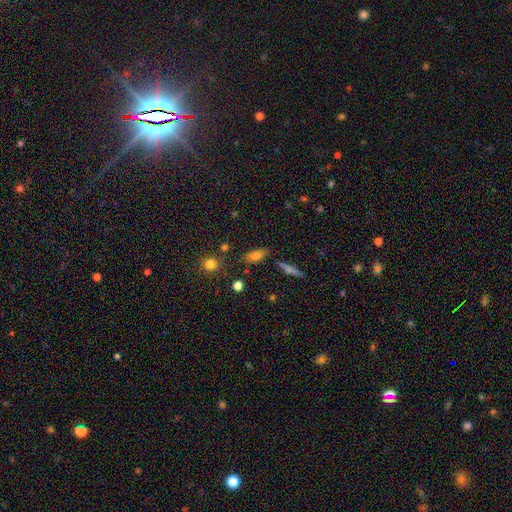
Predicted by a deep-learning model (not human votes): smooth-or-featured: smooth: 74% | featured or disk: 15% | star or artifact: 11%
  how-rounded: in between: 75% | cigar-shaped: 19% | round: 6%
  merging: none: 73% | minor disturbance: 16% | merger: 7% | major disturbance: 4%